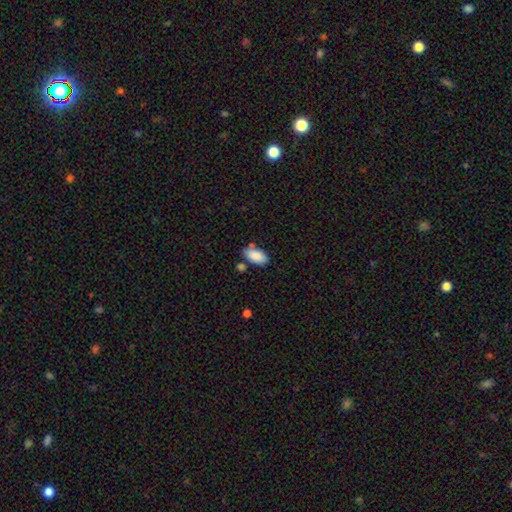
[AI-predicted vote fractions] The model was most divided on "merging": none: 69%, minor disturbance: 17%, merger: 11%, major disturbance: 4%. More confident: how rounded — in between (94%); smooth or featured — smooth (88%).